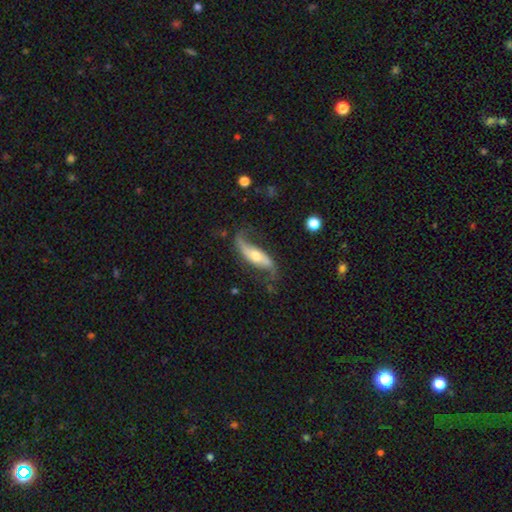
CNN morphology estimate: type=featured or disk (78%); edge-on=no (81%); bar=no (49%); spiral arms=yes (92%); winding=loose (83%); arm count=2 (89%); bulge=moderate (63%); merging=none (62%).